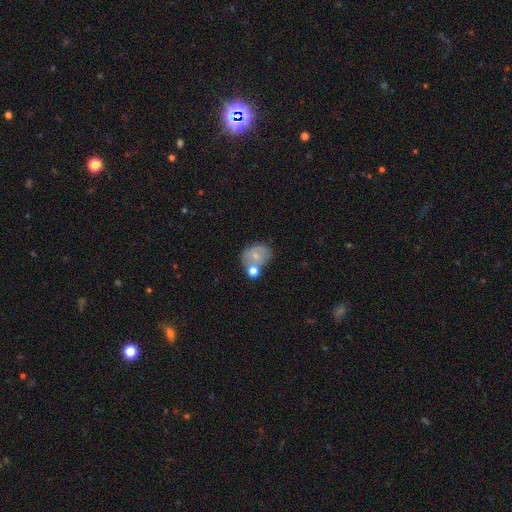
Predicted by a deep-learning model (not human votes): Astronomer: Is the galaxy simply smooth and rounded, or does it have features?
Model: smooth — 63%.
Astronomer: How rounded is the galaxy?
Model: round — 52% (runner-up: in between, 47%).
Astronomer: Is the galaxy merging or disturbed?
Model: none — 42% (runner-up: merger, 32%).